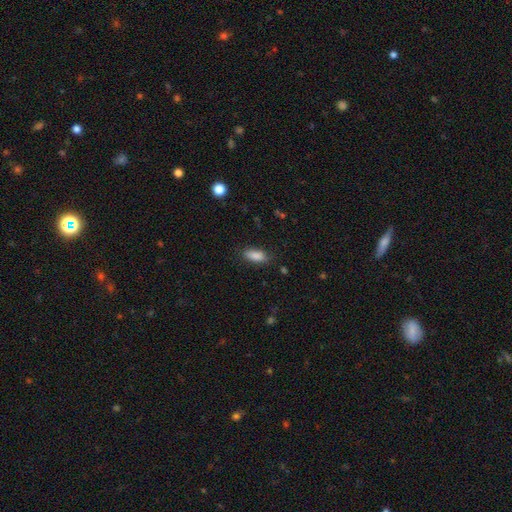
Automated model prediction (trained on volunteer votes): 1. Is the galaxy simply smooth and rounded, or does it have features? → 87% smooth, 8% star or artifact, 6% featured or disk.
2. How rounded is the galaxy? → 84% in between, 14% cigar-shaped, 3% round.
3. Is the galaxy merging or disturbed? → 80% none, 15% minor disturbance, 4% major disturbance, 1% merger.